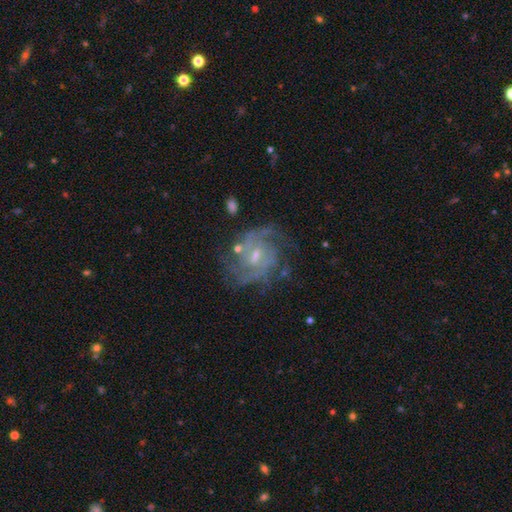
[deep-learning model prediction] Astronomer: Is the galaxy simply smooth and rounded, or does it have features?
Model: featured or disk — 86%.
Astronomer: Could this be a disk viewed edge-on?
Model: no — 98%.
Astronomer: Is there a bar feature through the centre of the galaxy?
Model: weak — 57%.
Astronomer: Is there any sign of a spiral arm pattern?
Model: yes — 95%.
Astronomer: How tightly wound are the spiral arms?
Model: medium — 44%, tied with tight at 44%.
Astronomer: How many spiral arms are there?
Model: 2 — 38% (runner-up: can't tell, 26%).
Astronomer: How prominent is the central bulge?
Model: small — 55% (runner-up: moderate, 37%).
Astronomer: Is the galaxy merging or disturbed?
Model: none — 66%.